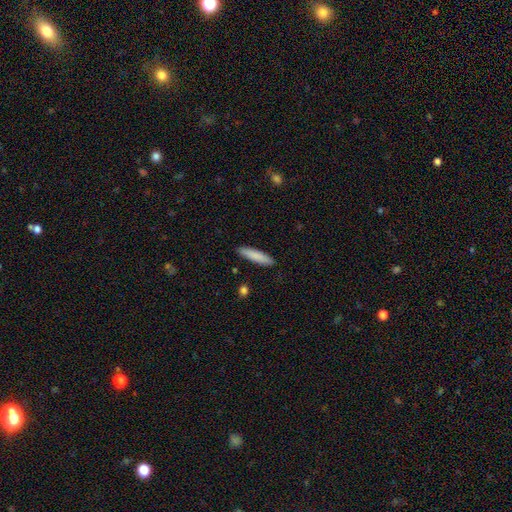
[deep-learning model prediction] Q: Smooth or featured?
A: smooth (84%); runner-up: featured or disk (10%)
Q: How rounded?
A: cigar-shaped (85%); runner-up: in between (14%)
Q: Merging?
A: none (90%); runner-up: minor disturbance (7%)